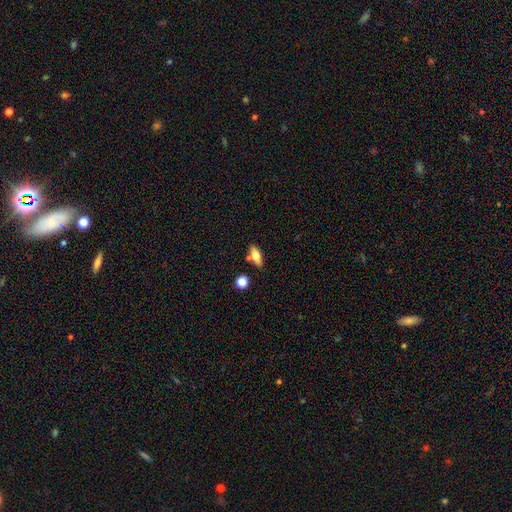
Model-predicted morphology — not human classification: Overall: smooth (68%). How rounded: in between (69%). Merging: none (75%).